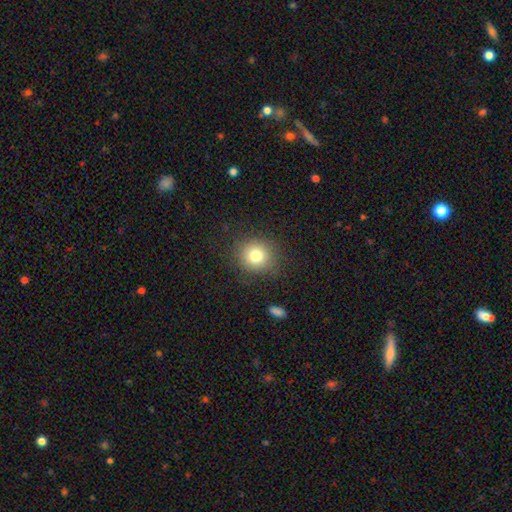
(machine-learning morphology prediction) Smooth or featured? smooth (79%)
How rounded? round (85%)
Merging? none (86%)